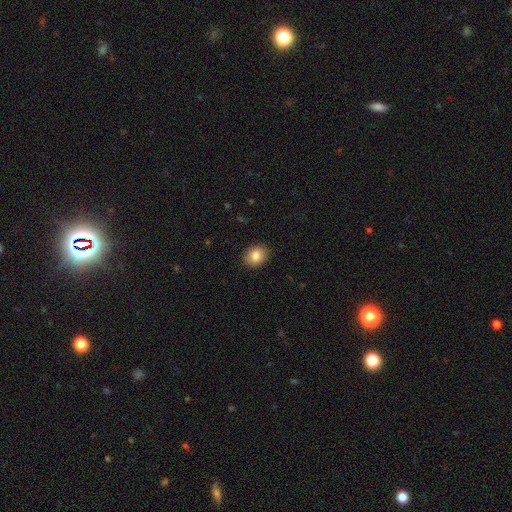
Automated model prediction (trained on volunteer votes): The model was most divided on "how rounded": round: 53%, in between: 46%, cigar-shaped: 1%. More confident: merging — none (90%); smooth or featured — smooth (84%).